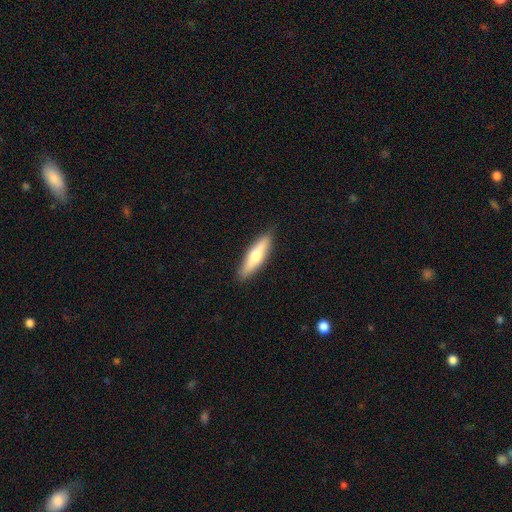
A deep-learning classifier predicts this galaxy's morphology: A smooth galaxy with no disk features (55%) that is cigar-shaped (70%).

Vote fractions:
- Smooth or featured? smooth: 55% / featured or disk: 39% / star or artifact: 5%
- How rounded? cigar-shaped: 70% / in between: 29% / round: 2%
- Merging? none: 88% / minor disturbance: 9% / major disturbance: 2% / merger: 1%